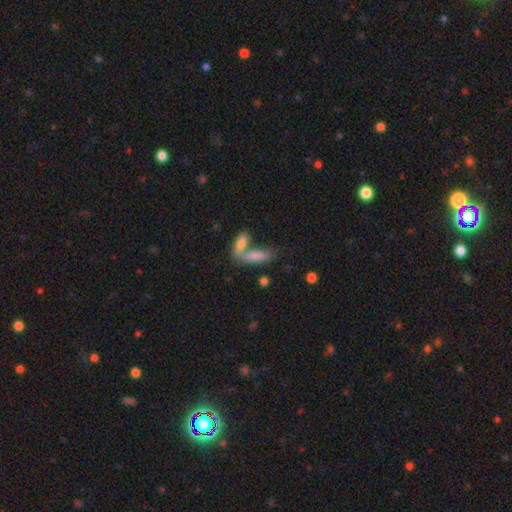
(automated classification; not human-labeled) smooth_or_featured: smooth (p=0.80) [alt: featured or disk p=0.13]
how_rounded: in between (p=0.57) [alt: cigar-shaped p=0.40]
merging: merger (p=0.49) [alt: none p=0.37]